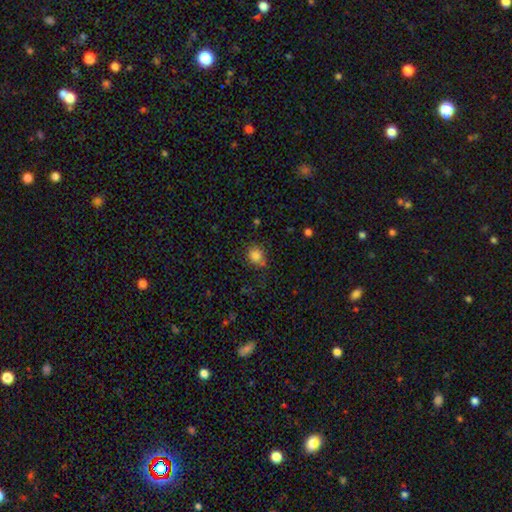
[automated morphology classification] Overall: smooth (83%). How rounded: round (75%). Merging: none (69%).